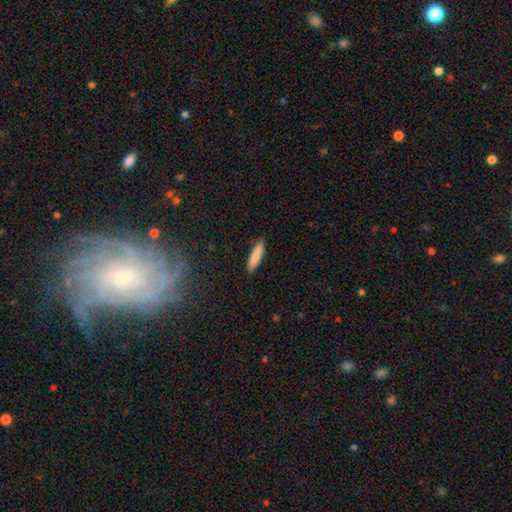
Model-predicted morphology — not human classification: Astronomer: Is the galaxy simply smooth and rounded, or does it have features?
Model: smooth — 85%.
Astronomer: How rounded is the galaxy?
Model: cigar-shaped — 84%.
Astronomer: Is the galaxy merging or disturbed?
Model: none — 89%.